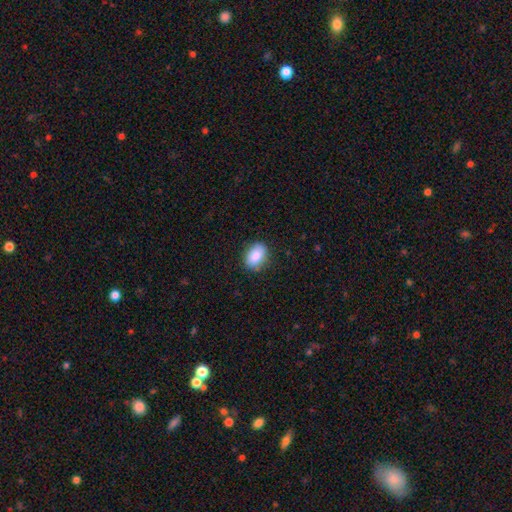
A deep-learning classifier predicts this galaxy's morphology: A smooth galaxy with no disk features (86%) that is in between round and cigar-shaped (76%).

Vote fractions:
- Smooth or featured? smooth: 86% / star or artifact: 7% / featured or disk: 7%
- How rounded? in between: 76% / round: 23% / cigar-shaped: 1%
- Merging? none: 85% / minor disturbance: 11% / major disturbance: 3% / merger: 1%